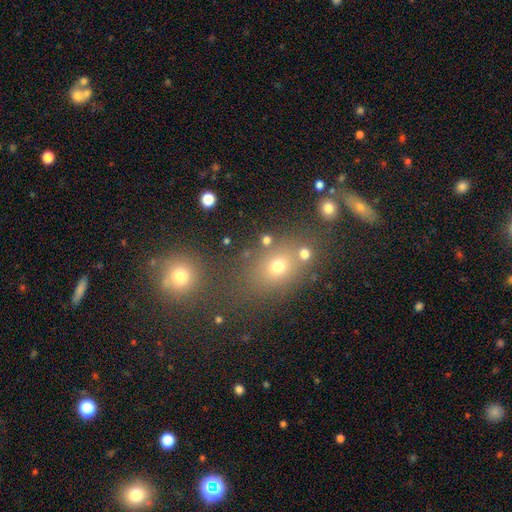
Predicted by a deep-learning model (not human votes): Smooth or featured? Predicted: smooth (p=0.46). Merging? Predicted: none (p=0.66).